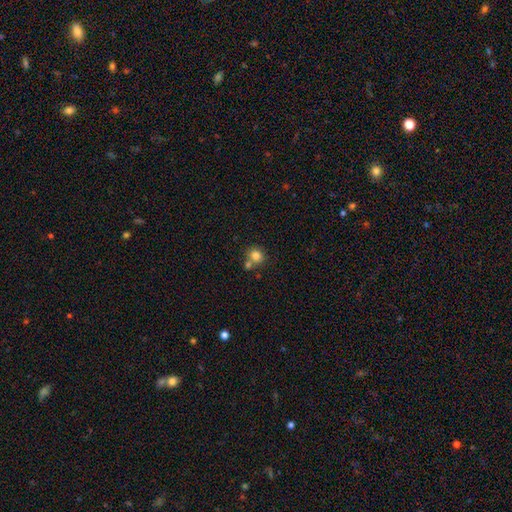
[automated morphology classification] Smooth or featured? Predicted: smooth (p=0.80). How rounded? Predicted: round (p=0.81). Merging? Predicted: none (p=0.58).